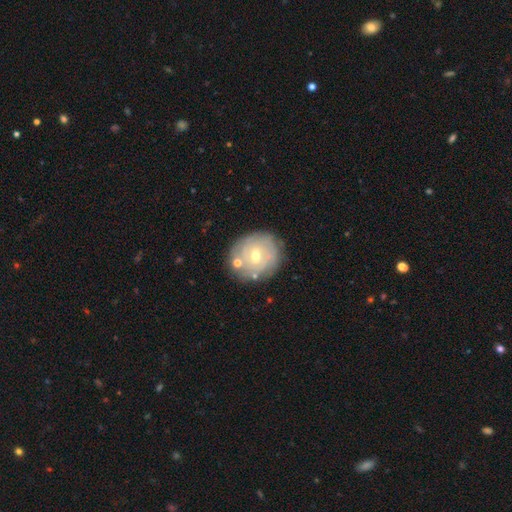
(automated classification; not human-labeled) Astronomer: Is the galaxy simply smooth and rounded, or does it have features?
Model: featured or disk — 69%.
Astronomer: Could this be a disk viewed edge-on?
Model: no — 97%.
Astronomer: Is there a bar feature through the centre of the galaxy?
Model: weak — 46% (runner-up: no, 44%).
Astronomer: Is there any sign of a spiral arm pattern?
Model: yes — 79%.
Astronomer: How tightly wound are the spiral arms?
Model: tight — 76%.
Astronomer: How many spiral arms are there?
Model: can't tell — 51%.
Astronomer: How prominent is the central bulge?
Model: moderate — 52% (runner-up: small, 45%).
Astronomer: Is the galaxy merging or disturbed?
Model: none — 77%.